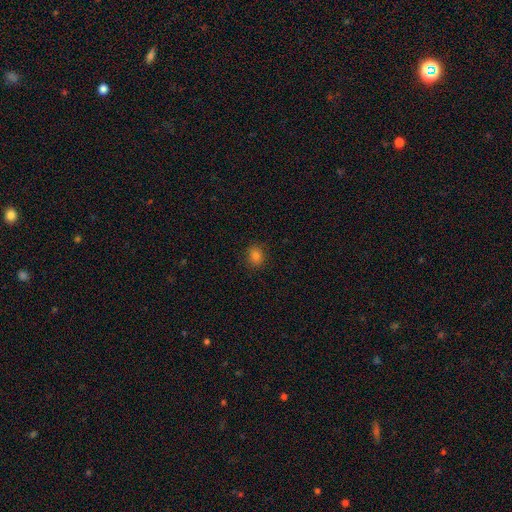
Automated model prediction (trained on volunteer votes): Q: Smooth or featured?
A: smooth (80%); runner-up: star or artifact (15%)
Q: How rounded?
A: round (67%); runner-up: in between (32%)
Q: Merging?
A: none (88%); runner-up: minor disturbance (9%)